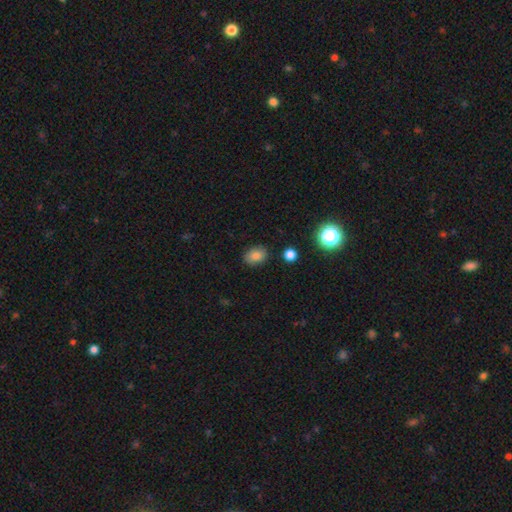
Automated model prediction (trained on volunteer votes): smooth-or-featured: smooth: 82% | star or artifact: 11% | featured or disk: 6%
  how-rounded: in between: 63% | round: 36% | cigar-shaped: 1%
  merging: none: 85% | minor disturbance: 10% | major disturbance: 3% | merger: 2%